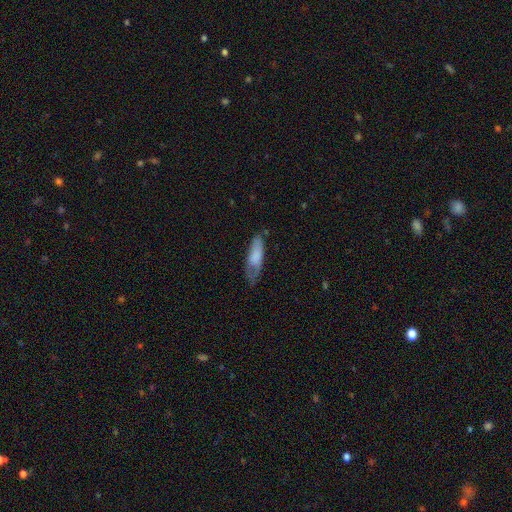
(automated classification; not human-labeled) Overall: smooth (72%). How rounded: in between (55%; cigar-shaped 44%). Merging: none (45%; minor disturbance 34%).